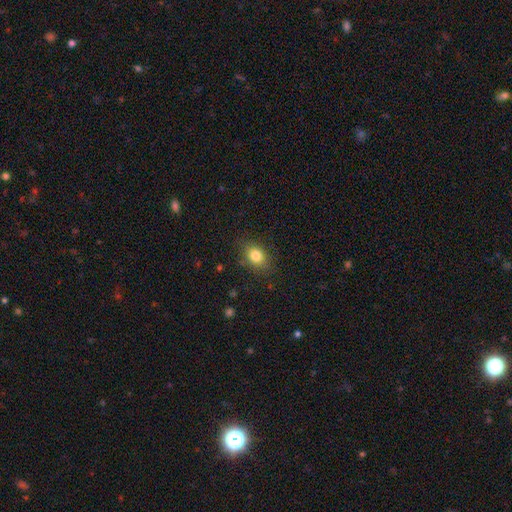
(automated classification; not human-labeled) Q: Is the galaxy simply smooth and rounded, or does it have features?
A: smooth — 82%.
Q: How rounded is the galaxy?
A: in between — 67%.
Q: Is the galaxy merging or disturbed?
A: none — 82%.